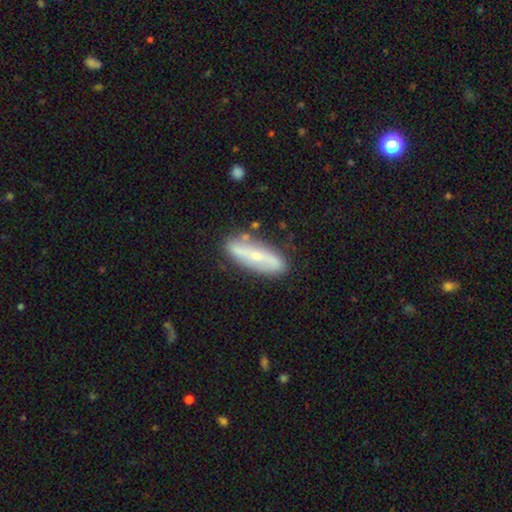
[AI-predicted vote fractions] featured or disk 63%, smooth 31%, star or artifact 6%. Down the decision tree: edge-on disk — no (61%); merging — none (81%).